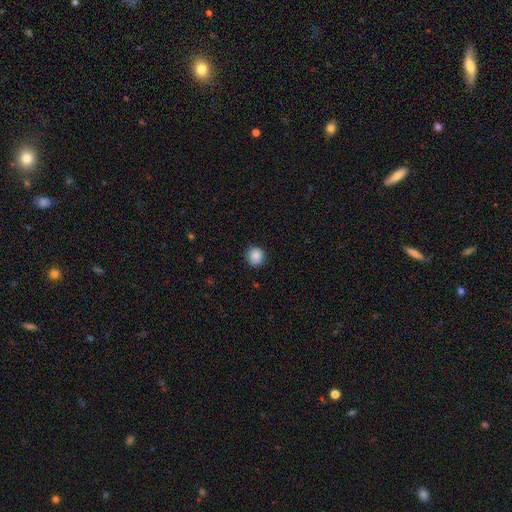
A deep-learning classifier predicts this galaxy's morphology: Smooth or featured? Predicted: smooth (p=0.88). How rounded? Predicted: round (p=0.91). Merging? Predicted: none (p=0.88).